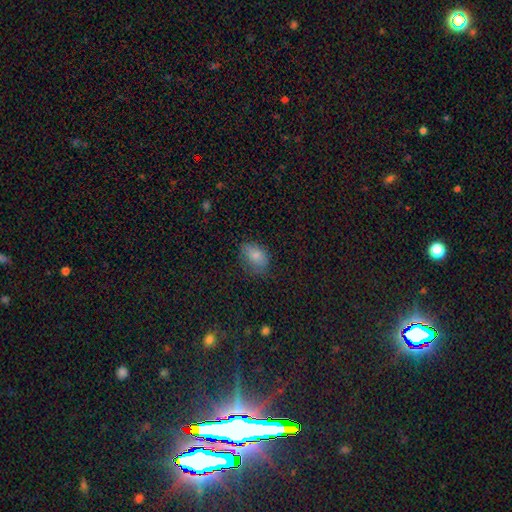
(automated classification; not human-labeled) Smooth or featured: smooth — 81% (star or artifact — 10%)
How rounded: in between — 82% (round — 17%)
Merging: none — 62% (minor disturbance — 27%)